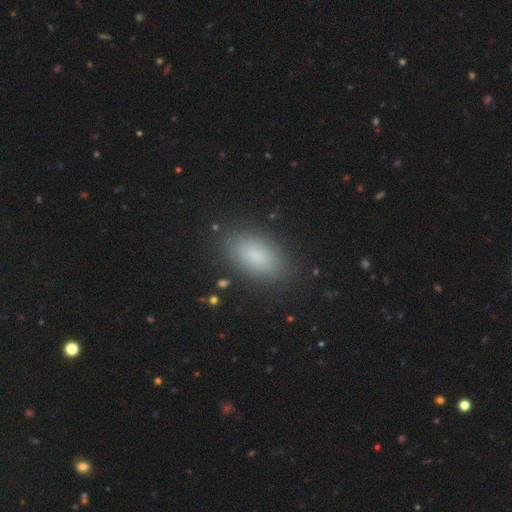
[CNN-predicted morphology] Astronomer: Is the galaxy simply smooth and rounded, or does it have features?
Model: smooth — 83%.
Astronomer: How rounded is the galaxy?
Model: in between — 92%.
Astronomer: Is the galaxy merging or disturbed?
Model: none — 87%.